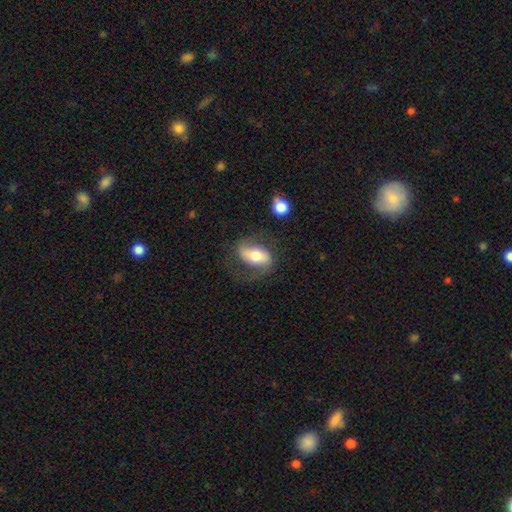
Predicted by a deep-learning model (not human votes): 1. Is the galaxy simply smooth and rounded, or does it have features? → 50% smooth, 43% featured or disk, 7% star or artifact.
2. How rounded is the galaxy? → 88% in between, 8% round, 4% cigar-shaped.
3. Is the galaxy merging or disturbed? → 60% none, 21% minor disturbance, 16% major disturbance, 4% merger.